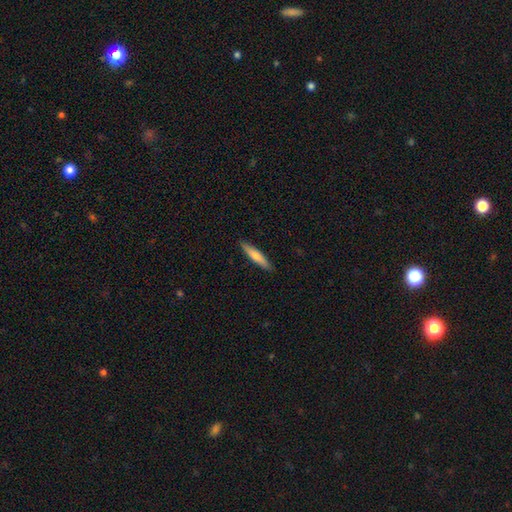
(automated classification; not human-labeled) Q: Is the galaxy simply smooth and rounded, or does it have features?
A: smooth — 69%.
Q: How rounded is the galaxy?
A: cigar-shaped — 87%.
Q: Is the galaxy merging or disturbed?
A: none — 90%.